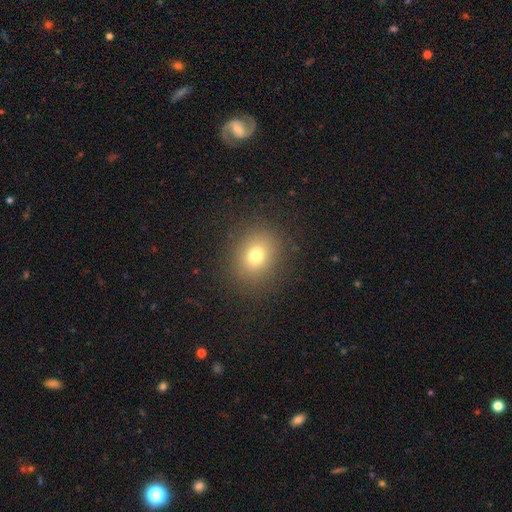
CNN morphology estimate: smooth_or_featured: smooth (p=0.75) [alt: star or artifact p=0.14]
how_rounded: round (p=0.59) [alt: in between p=0.40]
merging: none (p=0.87) [alt: minor disturbance p=0.08]